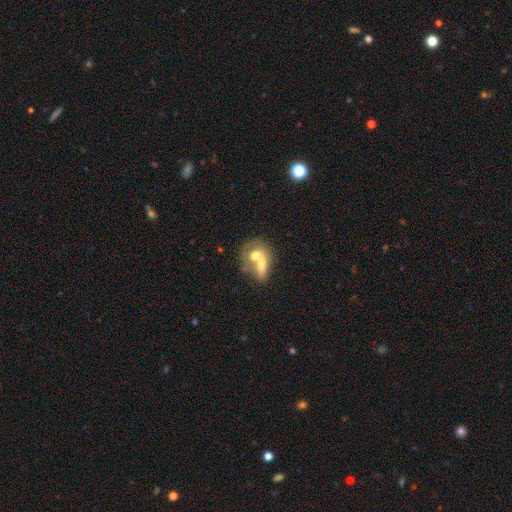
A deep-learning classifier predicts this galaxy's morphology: Q: Smooth or featured?
A: smooth (61%); runner-up: featured or disk (31%)
Q: How rounded?
A: in between (54%); runner-up: round (41%)
Q: Merging?
A: merger (71%); runner-up: none (18%)